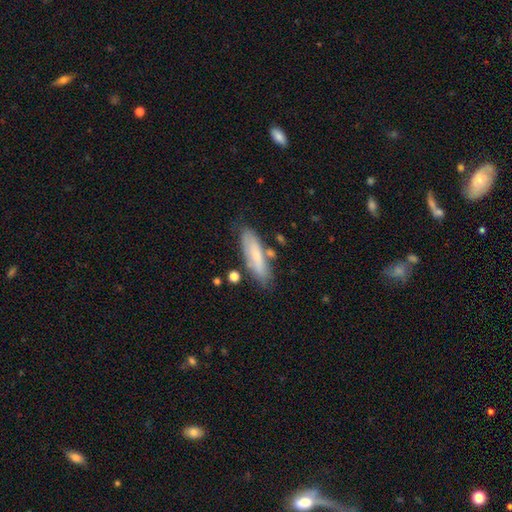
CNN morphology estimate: This is likely a smooth galaxy (68%). How rounded: possibly cigar-shaped (58%). Merging: likely none (71%).